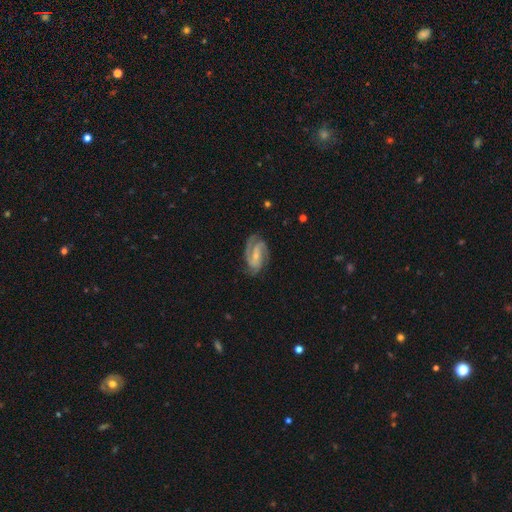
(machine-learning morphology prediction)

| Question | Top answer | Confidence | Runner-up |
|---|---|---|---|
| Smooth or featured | featured or disk | 89% | smooth (6%) |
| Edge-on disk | no | 97% | yes (3%) |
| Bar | weak | 42% | no (31%) |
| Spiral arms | yes | 98% | no (2%) |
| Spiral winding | medium | 47% | tight (42%) |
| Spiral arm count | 2 | 50% | 3 (33%) |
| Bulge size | small | 64% | moderate (29%) |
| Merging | none | 75% | minor disturbance (17%) |